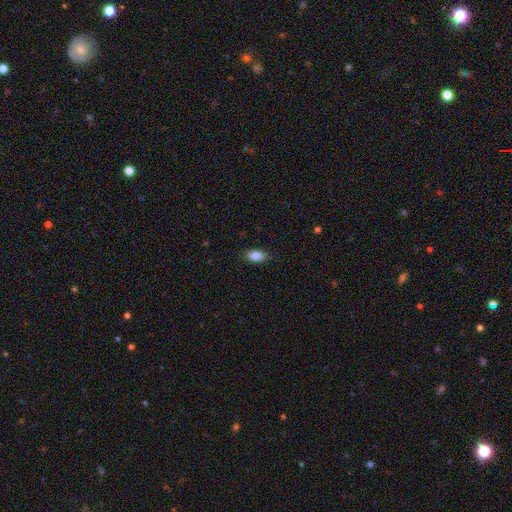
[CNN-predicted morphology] This appears to be a smooth galaxy with no disk features (87%) that is in between round and cigar-shaped (90%). Merging: none (84%).